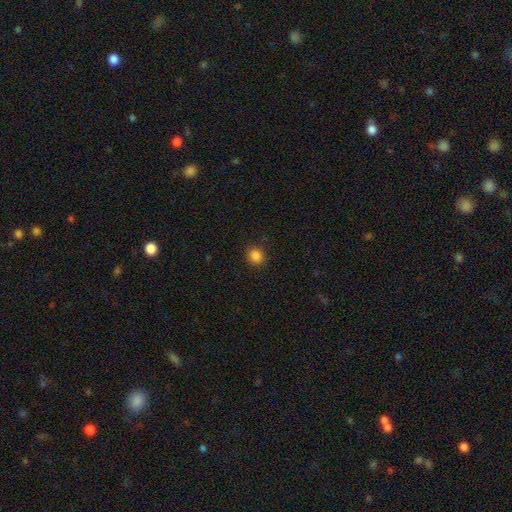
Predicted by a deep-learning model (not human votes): Smooth or featured: smooth — 85% (star or artifact — 12%)
How rounded: round — 82% (in between — 17%)
Merging: none — 89% (minor disturbance — 7%)